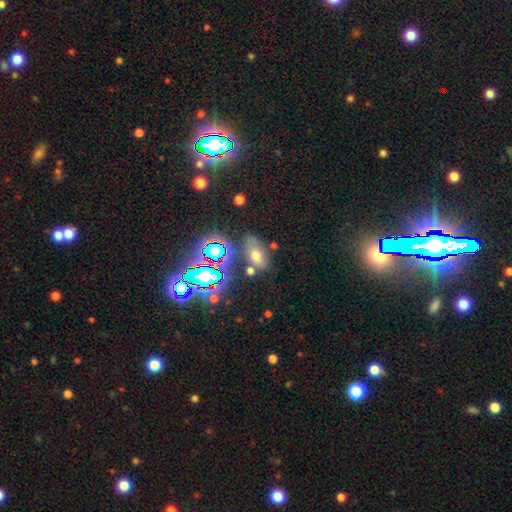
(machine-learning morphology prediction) Q: Smooth or featured?
A: smooth (61%); runner-up: star or artifact (23%)
Q: How rounded?
A: in between (85%); runner-up: round (10%)
Q: Merging?
A: none (66%); runner-up: minor disturbance (16%)